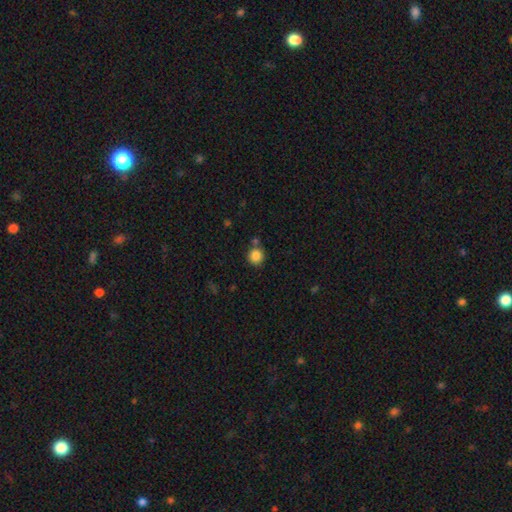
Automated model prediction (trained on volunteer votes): This appears to be a smooth galaxy with no disk features (85%) that is round (92%). Merging: none (78%).